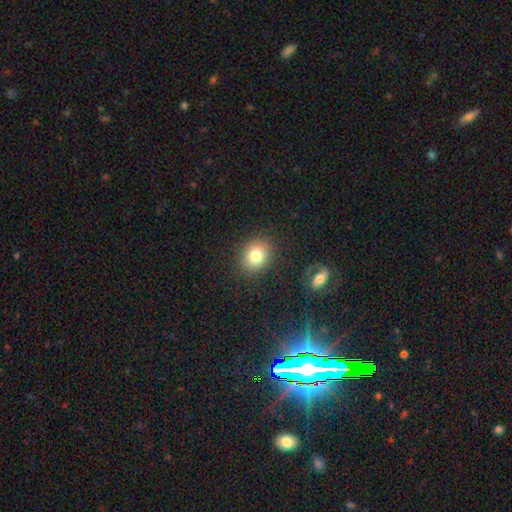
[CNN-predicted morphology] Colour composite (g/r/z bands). It shows a smooth galaxy with no disk features (80%) that is round (71%). Merging: none (87%).